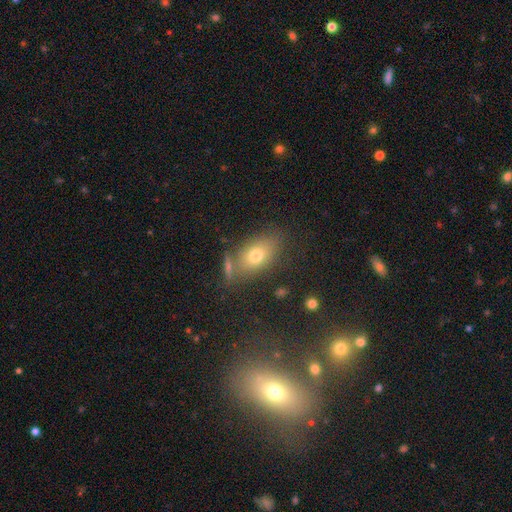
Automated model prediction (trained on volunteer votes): Smooth or featured?
  - smooth: 69% *
  - featured or disk: 17%
  - star or artifact: 14%
How rounded?
  - in between: 83% *
  - round: 13%
  - cigar-shaped: 4%
Merging?
  - none: 69% *
  - minor disturbance: 14%
  - merger: 11%
  - major disturbance: 5%